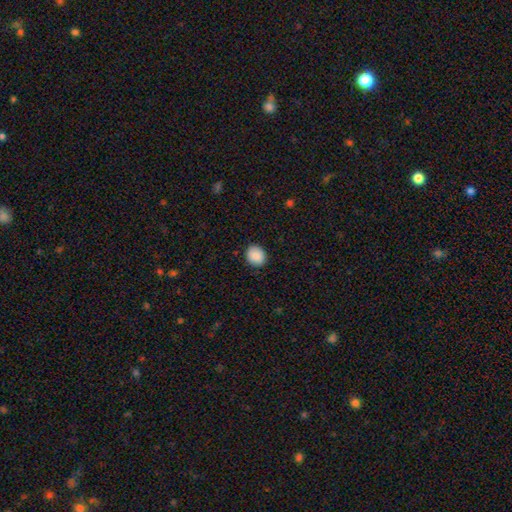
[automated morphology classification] This is clearly a smooth galaxy (89%). How rounded: likely round (69%). Merging: clearly none (88%).